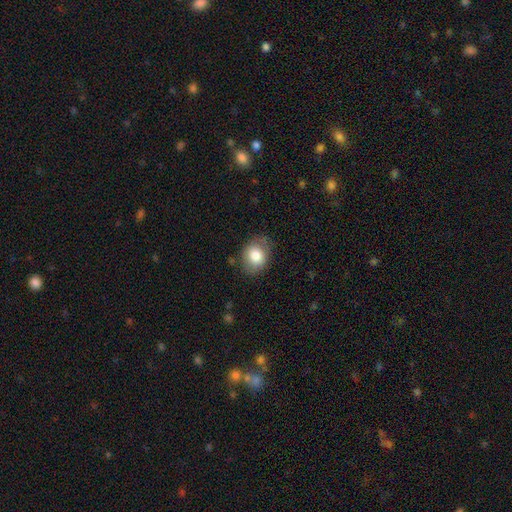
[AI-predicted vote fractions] A smooth galaxy with no disk features (80%) that is in between round and cigar-shaped (55%).

Vote fractions:
- Smooth or featured? smooth: 80% / featured or disk: 12% / star or artifact: 8%
- How rounded? in between: 55% / round: 45% / cigar-shaped: 1%
- Merging? none: 74% / minor disturbance: 19% / major disturbance: 6% / merger: 2%